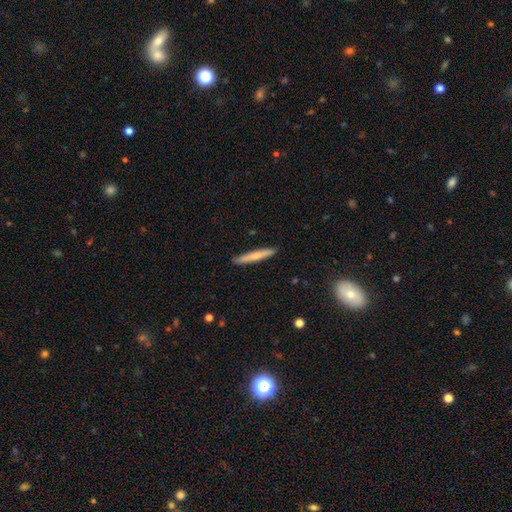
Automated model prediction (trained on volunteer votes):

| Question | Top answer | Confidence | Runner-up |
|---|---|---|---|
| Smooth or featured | smooth | 68% | featured or disk (26%) |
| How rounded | cigar-shaped | 95% | in between (3%) |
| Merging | none | 90% | minor disturbance (8%) |